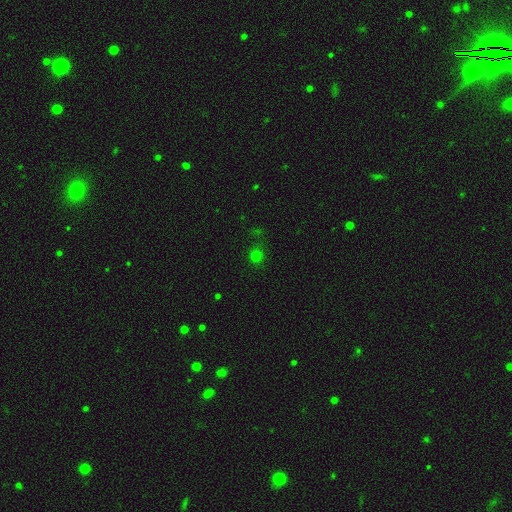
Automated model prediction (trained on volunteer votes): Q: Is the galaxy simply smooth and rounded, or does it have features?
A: smooth — 69%.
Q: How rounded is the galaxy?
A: round — 90%.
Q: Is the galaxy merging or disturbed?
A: none — 83%.